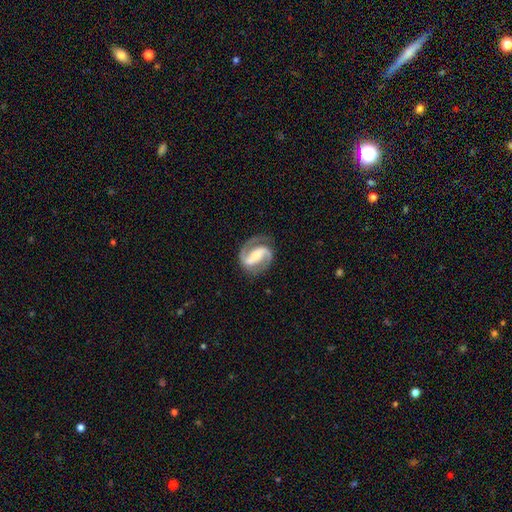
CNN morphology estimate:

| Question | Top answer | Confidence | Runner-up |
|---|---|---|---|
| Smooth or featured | featured or disk | 90% | smooth (5%) |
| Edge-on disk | no | 98% | yes (2%) |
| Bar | strong | 54% | weak (30%) |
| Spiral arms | yes | 98% | no (2%) |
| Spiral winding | medium | 56% | tight (28%) |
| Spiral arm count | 2 | 92% | 1 (3%) |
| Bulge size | small | 39% | moderate (38%) |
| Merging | none | 80% | minor disturbance (12%) |